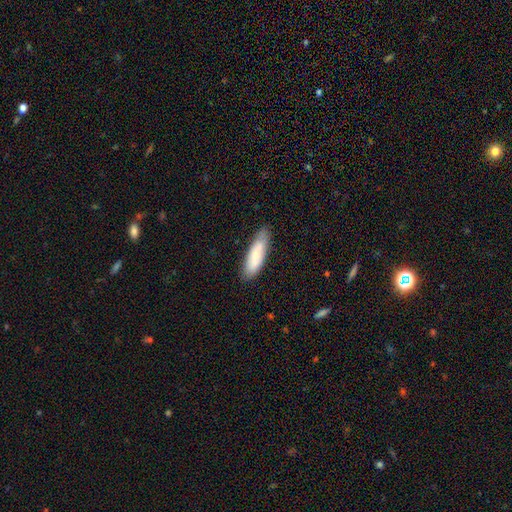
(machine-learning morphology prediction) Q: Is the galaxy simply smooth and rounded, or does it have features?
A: smooth — 75%.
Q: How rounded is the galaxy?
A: cigar-shaped — 59%.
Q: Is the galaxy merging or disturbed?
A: none — 79%.